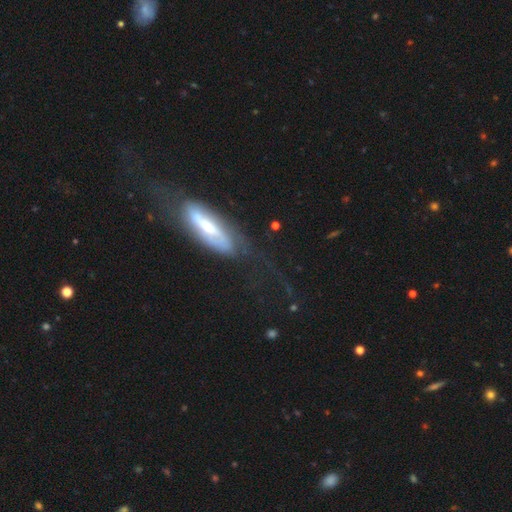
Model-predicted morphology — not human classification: A featured or disk galaxy (62%).

Vote fractions:
- Smooth or featured? featured or disk: 62% / smooth: 28% / star or artifact: 11%
- Edge-on disk? no: 58% / yes: 42%
- Merging? none: 62% / minor disturbance: 18% / major disturbance: 18% / merger: 3%